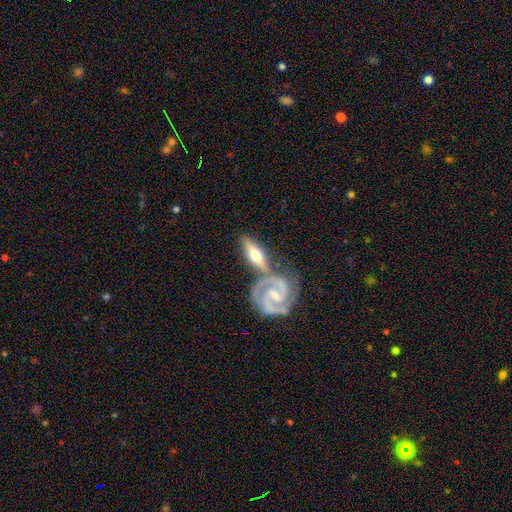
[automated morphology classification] smooth-or-featured: featured or disk: 71% | smooth: 24% | star or artifact: 4%
  disk-edge-on: yes: 52% | no: 48%
  merging: none: 58% | merger: 23% | minor disturbance: 15% | major disturbance: 4%